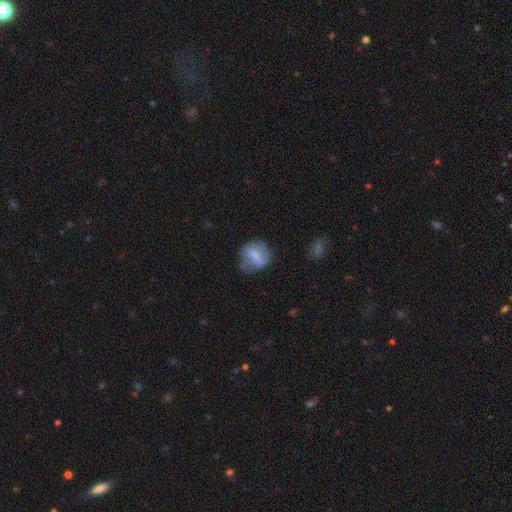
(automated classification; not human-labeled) Smooth or featured?
  - smooth: 49% *
  - featured or disk: 42%
  - star or artifact: 9%
Merging?
  - none: 54% *
  - minor disturbance: 27%
  - major disturbance: 16%
  - merger: 4%